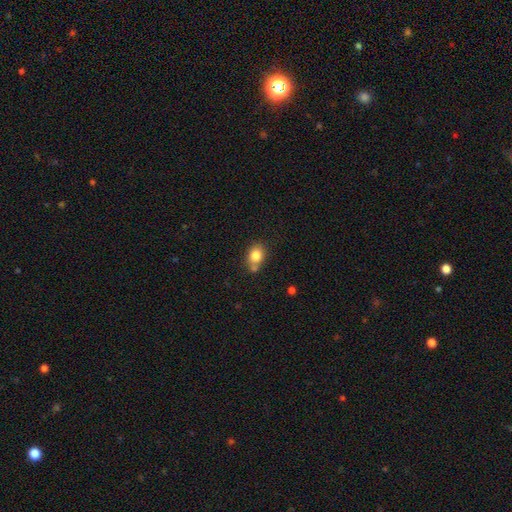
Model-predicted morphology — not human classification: Smooth or featured: smooth — 82% (star or artifact — 9%)
How rounded: in between — 56% (round — 43%)
Merging: none — 59% (merger — 19%)